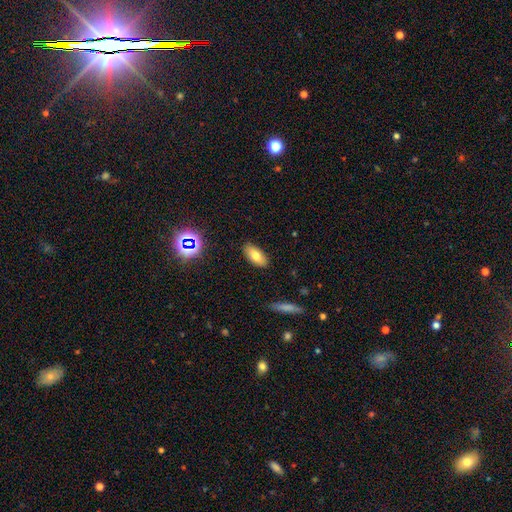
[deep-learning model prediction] Smooth or featured: smooth — 74% (featured or disk — 15%)
How rounded: in between — 90% (cigar-shaped — 7%)
Merging: none — 86% (minor disturbance — 10%)